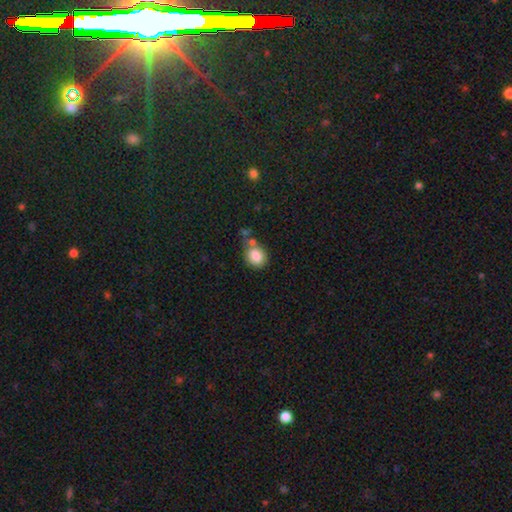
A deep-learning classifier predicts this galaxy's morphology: smooth_or_featured: smooth (p=0.85) [alt: star or artifact p=0.09]
how_rounded: round (p=0.67) [alt: in between p=0.32]
merging: none (p=0.54) [alt: merger p=0.22]